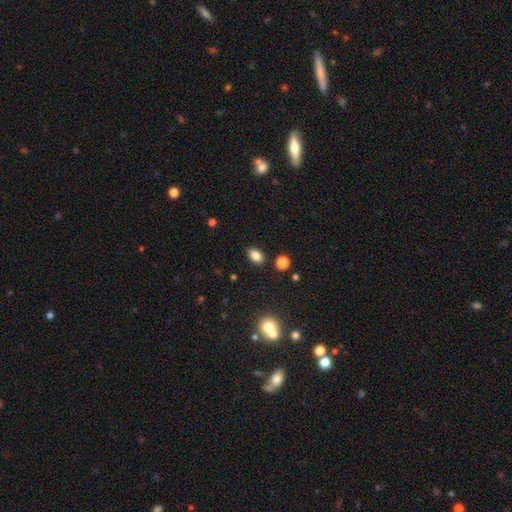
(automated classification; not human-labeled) Morphology: type=smooth (83%); roundness=in between (84%); merging=none (83%).